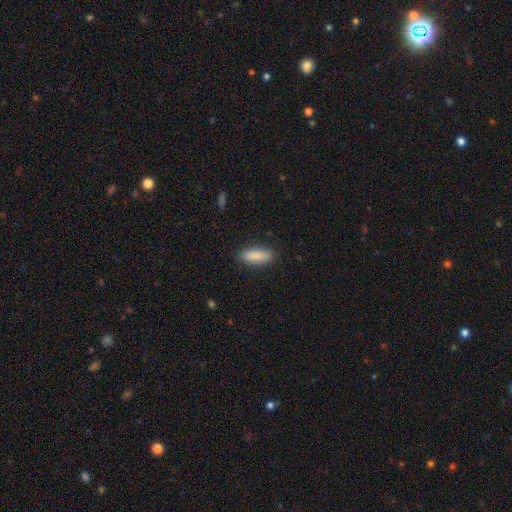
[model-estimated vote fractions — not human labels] Morphology: type=smooth (88%); roundness=in between (62%); merging=none (86%).